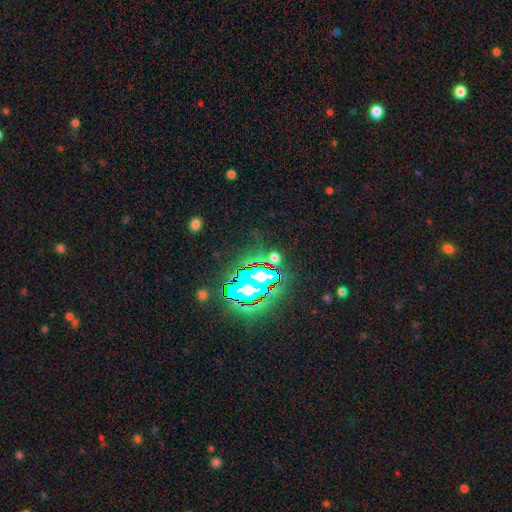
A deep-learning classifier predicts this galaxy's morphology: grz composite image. It shows a star or artifact, not a galaxy (76%).